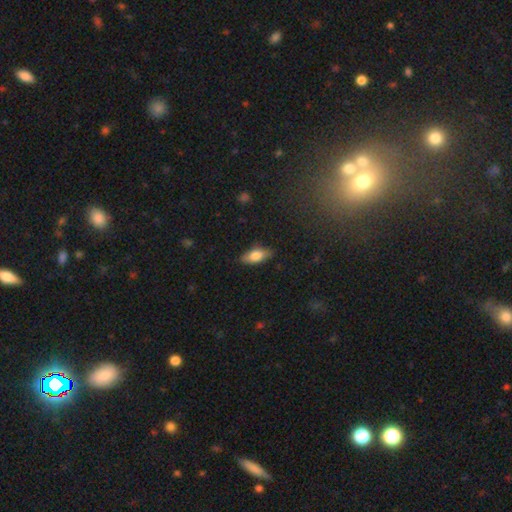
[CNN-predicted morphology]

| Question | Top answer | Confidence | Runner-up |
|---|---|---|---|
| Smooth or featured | smooth | 76% | featured or disk (17%) |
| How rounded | in between | 83% | cigar-shaped (14%) |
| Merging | none | 82% | minor disturbance (14%) |